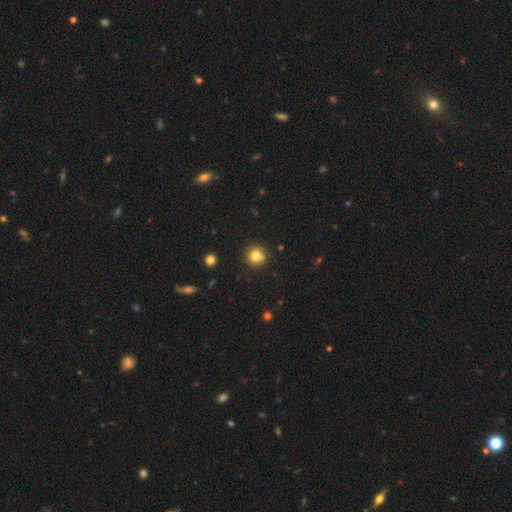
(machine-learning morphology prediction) Overall: smooth (77%). How rounded: round (91%). Merging: none (74%).